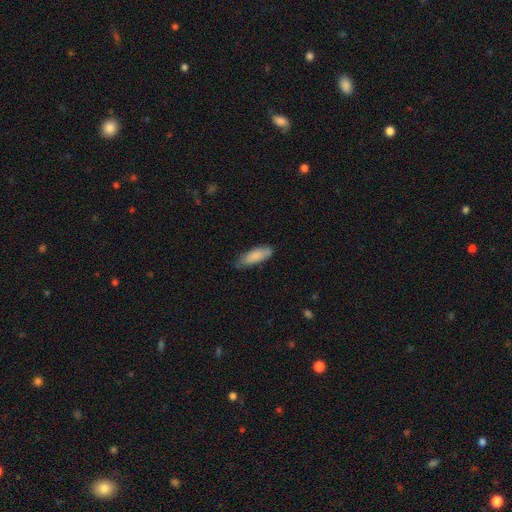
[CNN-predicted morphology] smooth-or-featured: smooth: 85% | featured or disk: 9% | star or artifact: 6%
  how-rounded: in between: 62% | cigar-shaped: 37% | round: 2%
  merging: none: 68% | minor disturbance: 27% | major disturbance: 4% | merger: 1%